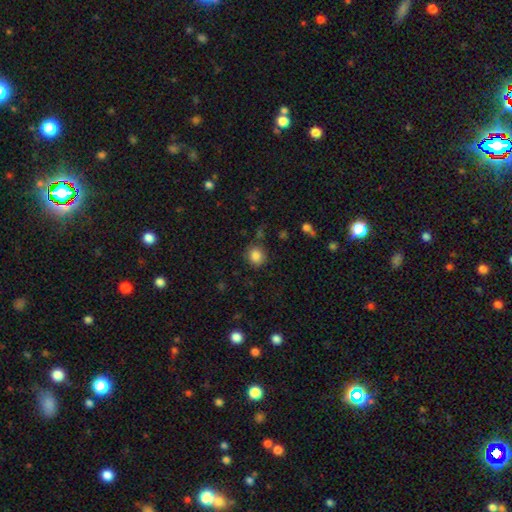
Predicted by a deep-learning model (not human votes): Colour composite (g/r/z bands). It shows a smooth galaxy with no disk features (85%) that is round (78%). Merging: none (81%).